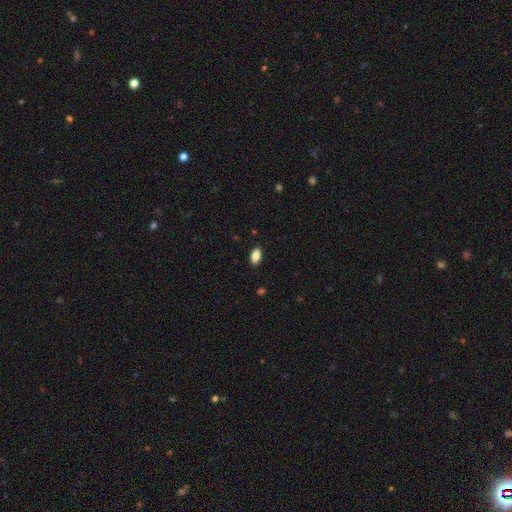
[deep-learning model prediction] The model was most divided on "smooth or featured": smooth: 87%, star or artifact: 8%, featured or disk: 5%. More confident: how rounded — in between (90%); merging — none (88%).